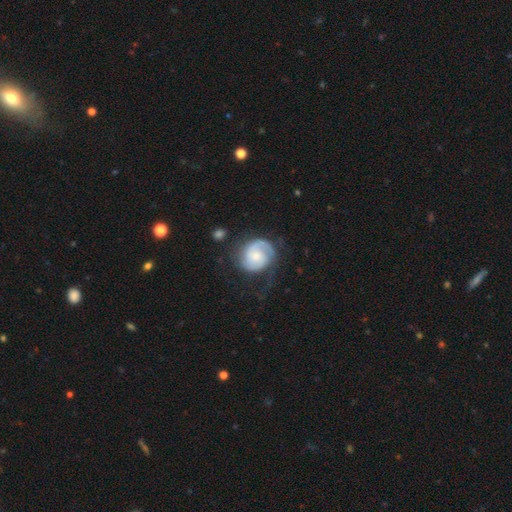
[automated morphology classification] Overall: featured or disk (75%). Edge-on disk: no (98%). Bar: no (62%; weak 33%). Spiral arms: yes (95%). Spiral arm count: 2 (64%). Spiral winding: tight (43%; medium 40%). Bulge size: small (43%; moderate 40%). Merging: none (61%).